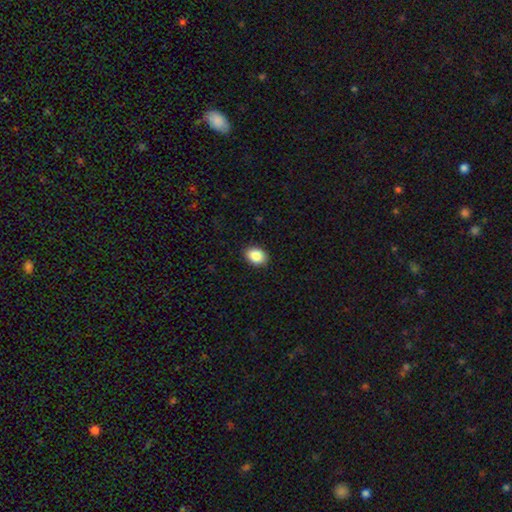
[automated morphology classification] A smooth galaxy with no disk features (88%) that is in between round and cigar-shaped (73%).

Vote fractions:
- Smooth or featured? smooth: 88% / star or artifact: 8% / featured or disk: 4%
- How rounded? in between: 73% / round: 27% / cigar-shaped: 1%
- Merging? none: 89% / minor disturbance: 8% / major disturbance: 2% / merger: 1%